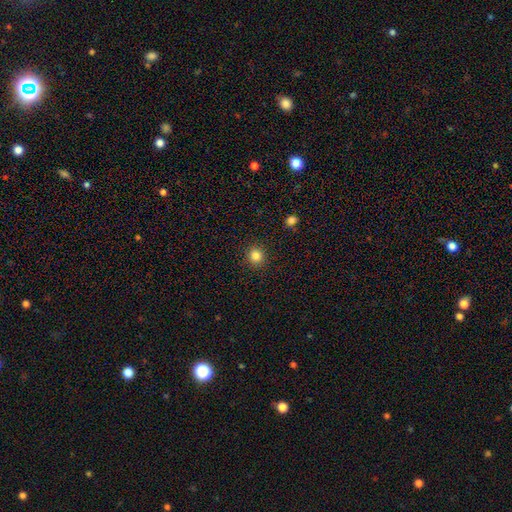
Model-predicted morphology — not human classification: A smooth galaxy with no disk features (84%) that is round (91%). Merging: none (92%).